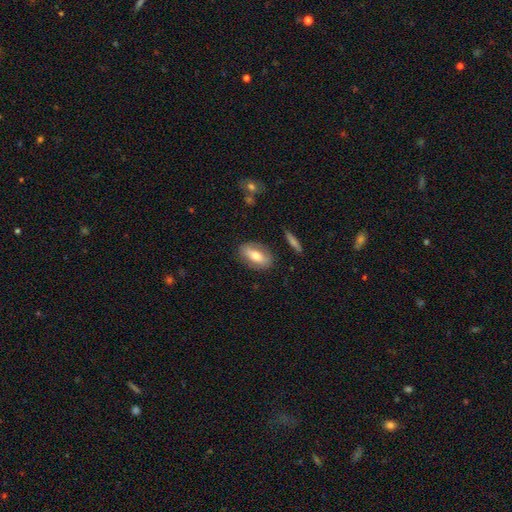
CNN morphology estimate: type=smooth (61%); roundness=in between (85%); merging=none (81%).